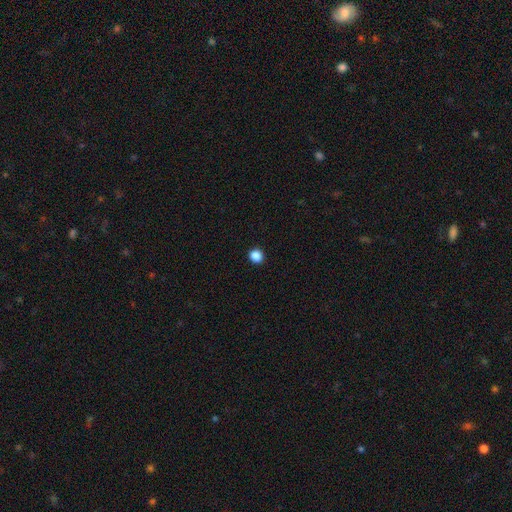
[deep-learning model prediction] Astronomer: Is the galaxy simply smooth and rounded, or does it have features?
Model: smooth — 87%.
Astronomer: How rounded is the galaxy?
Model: round — 86%.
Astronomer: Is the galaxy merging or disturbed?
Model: none — 93%.